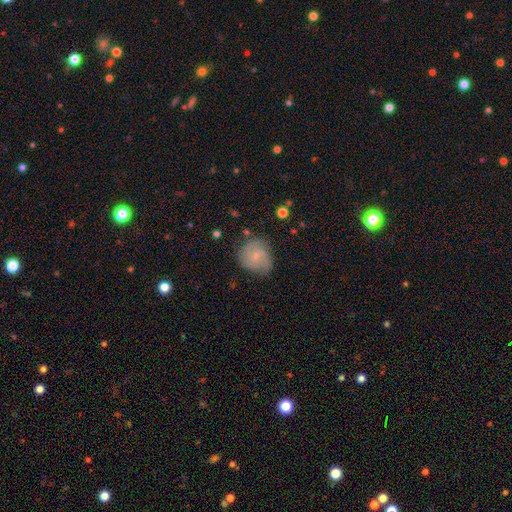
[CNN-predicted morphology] Smooth or featured: featured or disk — 52% (smooth — 40%)
Edge-on disk: no — 98% (yes — 2%)
Bar: no — 67% (weak — 29%)
Spiral arms: yes — 85% (no — 15%)
Bulge size: small — 67% (moderate — 19%)
Merging: none — 66% (minor disturbance — 24%)